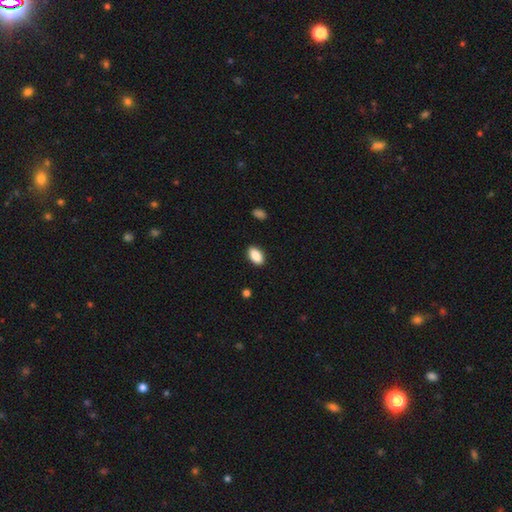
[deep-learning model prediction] The model was most divided on "smooth or featured": smooth: 88%, star or artifact: 7%, featured or disk: 5%. More confident: how rounded — in between (92%); merging — none (89%).